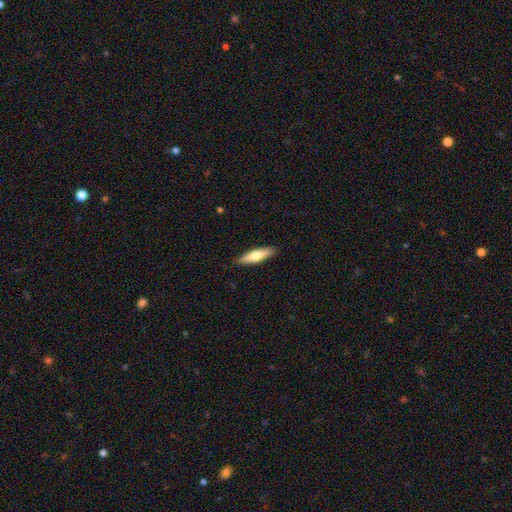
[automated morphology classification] This appears to be a smooth galaxy with no disk features (63%) that is cigar-shaped (64%). Merging: none (89%).